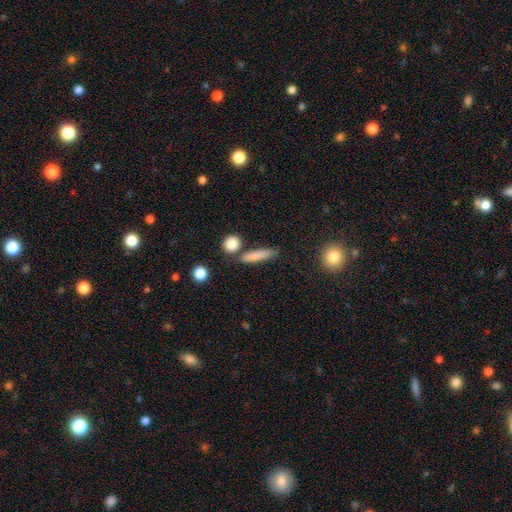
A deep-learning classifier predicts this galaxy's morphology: smooth_or_featured: smooth (p=0.81) [alt: featured or disk p=0.11]
how_rounded: cigar-shaped (p=0.72) [alt: in between p=0.17]
merging: none (p=0.78) [alt: minor disturbance p=0.11]